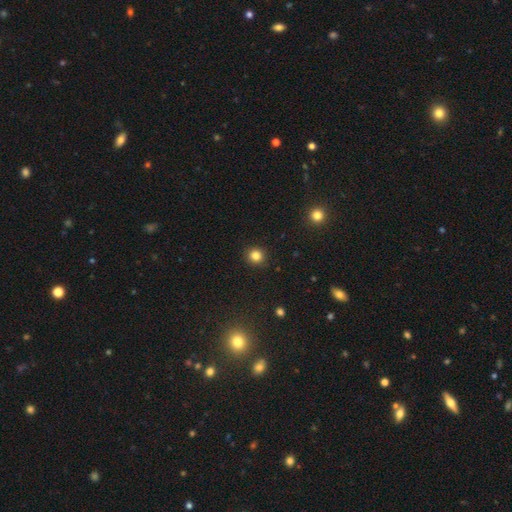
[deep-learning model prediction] A smooth galaxy with no disk features (84%) that is round (90%).

Vote fractions:
- Smooth or featured? smooth: 84% / star or artifact: 12% / featured or disk: 4%
- How rounded? round: 90% / in between: 9% / cigar-shaped: 1%
- Merging? none: 92% / minor disturbance: 5% / major disturbance: 2% / merger: 1%